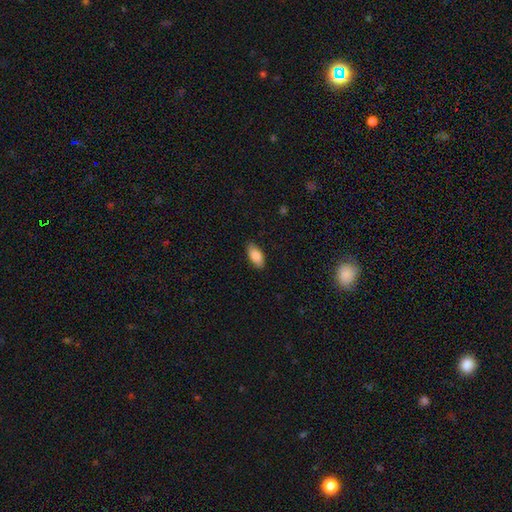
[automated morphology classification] Smooth or featured? Predicted: smooth (p=0.86). How rounded? Predicted: in between (p=0.89). Merging? Predicted: none (p=0.86).